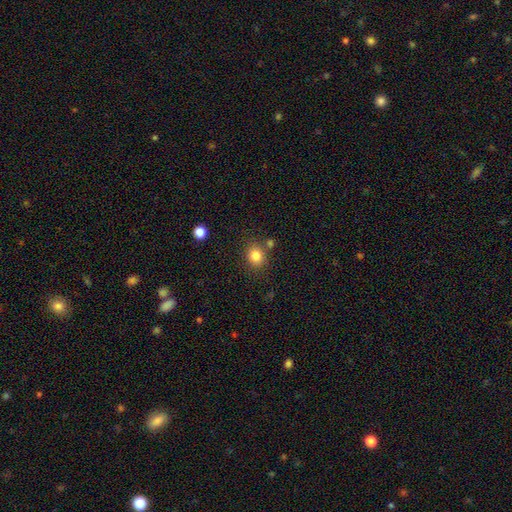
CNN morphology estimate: The model was most divided on "how rounded": round: 68%, in between: 31%, cigar-shaped: 1%. More confident: smooth or featured — smooth (83%); merging — none (77%).